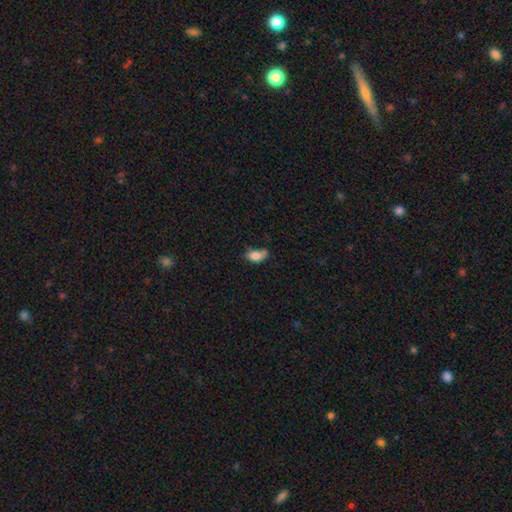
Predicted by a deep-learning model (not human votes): Morphology: type=smooth (80%); roundness=in between (88%); merging=none (44%).